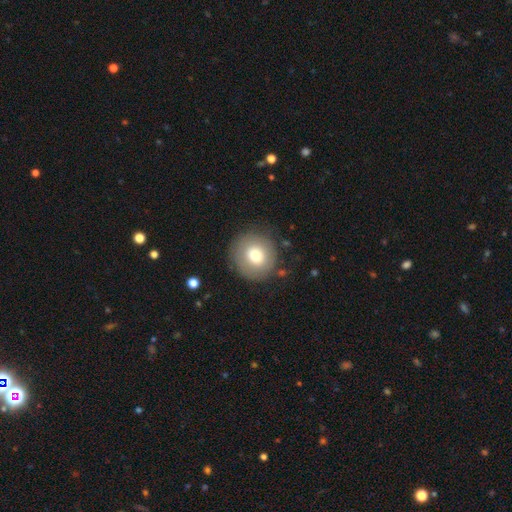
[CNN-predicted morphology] smooth-or-featured: smooth: 73% | featured or disk: 18% | star or artifact: 9%
  how-rounded: round: 92% | in between: 7% | cigar-shaped: 1%
  merging: none: 83% | minor disturbance: 11% | major disturbance: 4% | merger: 2%